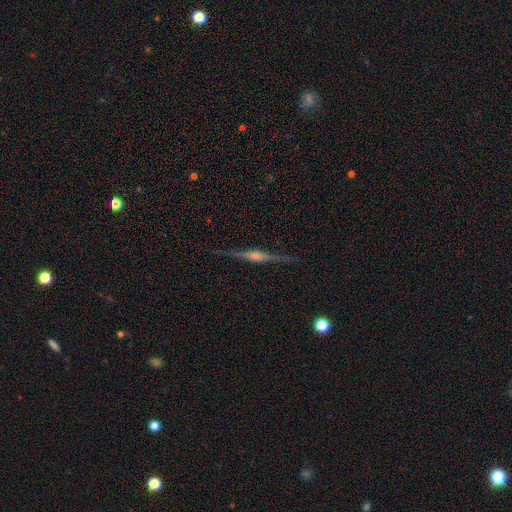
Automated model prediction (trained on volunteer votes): Overall: featured or disk (83%). Edge-on disk: yes (98%). Edge-on bulge: rounded (75%). Merging: none (89%).